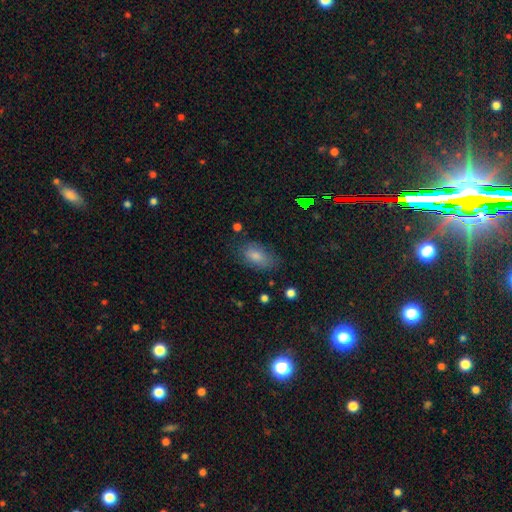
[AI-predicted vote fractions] Smooth or featured? smooth (66%)
How rounded? in between (87%)
Merging? none (74%)